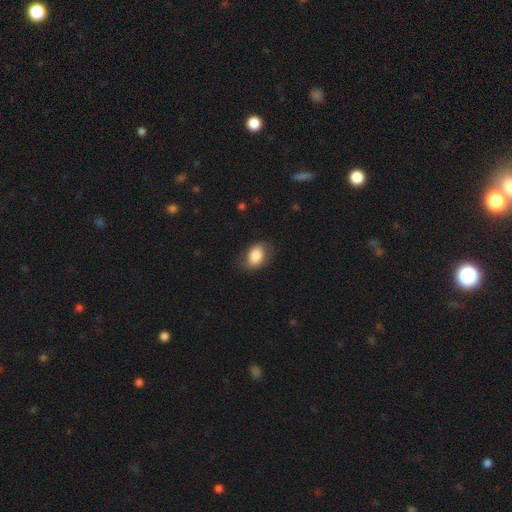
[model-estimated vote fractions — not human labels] smooth-or-featured: smooth: 82% | featured or disk: 11% | star or artifact: 7%
  how-rounded: in between: 81% | round: 18% | cigar-shaped: 1%
  merging: none: 71% | minor disturbance: 21% | major disturbance: 7% | merger: 1%